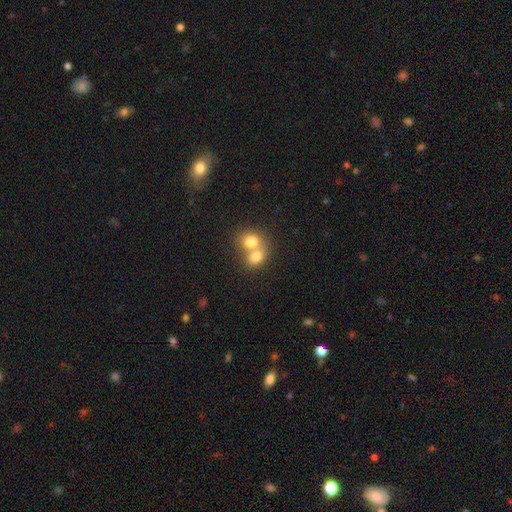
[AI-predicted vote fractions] This appears to be a smooth galaxy with no disk features (65%) that is round (69%). Merging: merger (61%).